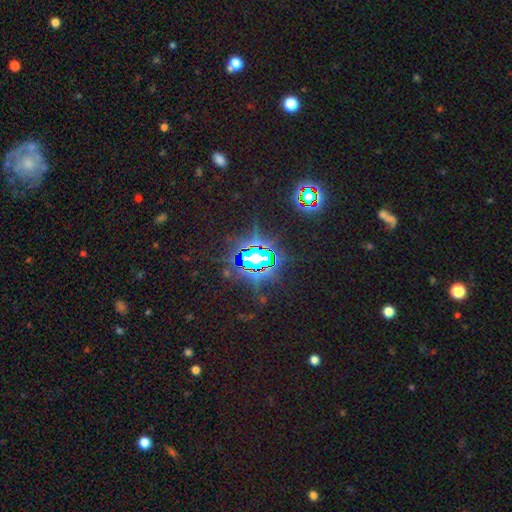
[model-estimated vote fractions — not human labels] Morphology: type=star or artifact (81%).